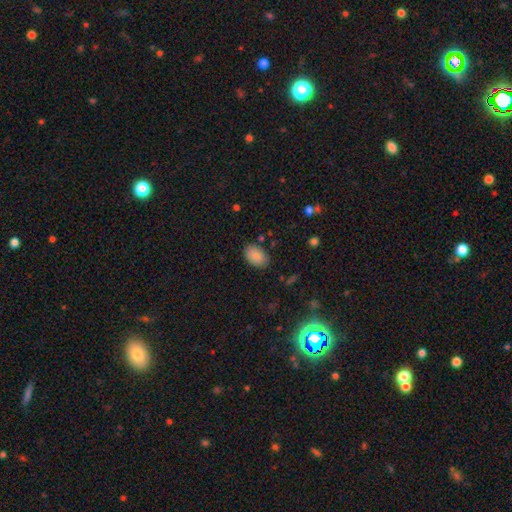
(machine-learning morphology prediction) This appears to be a smooth galaxy with no disk features (87%) that is in between round and cigar-shaped (88%). Merging: none (82%).